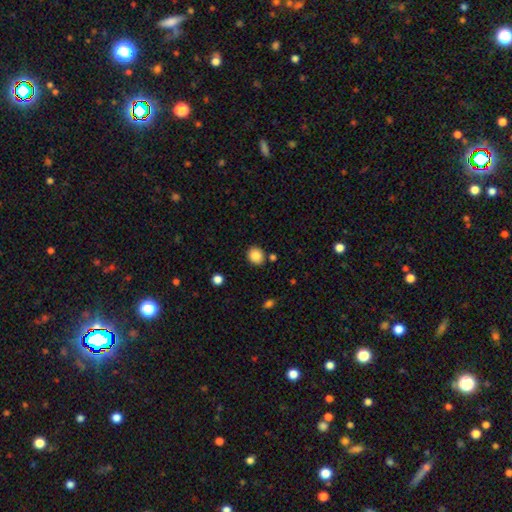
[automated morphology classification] Smooth or featured?
  - smooth: 86% *
  - star or artifact: 10%
  - featured or disk: 5%
How rounded?
  - round: 79% *
  - in between: 20%
  - cigar-shaped: 1%
Merging?
  - none: 83% *
  - minor disturbance: 9%
  - merger: 5%
  - major disturbance: 3%